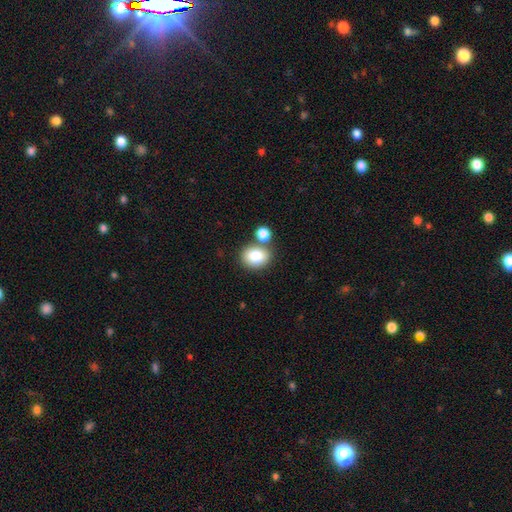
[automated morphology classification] This appears to be a smooth galaxy with no disk features (82%) that is round (54%). Merging: none (62%).